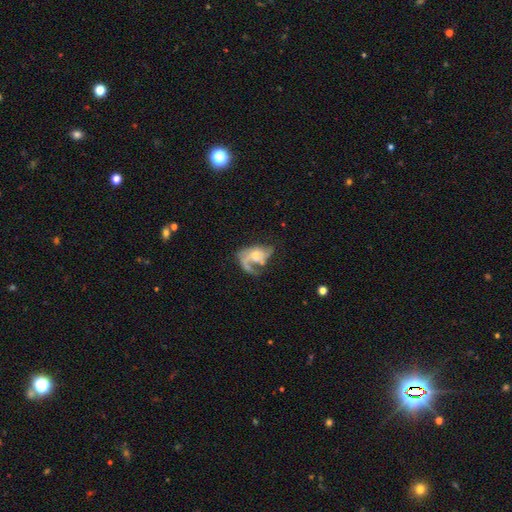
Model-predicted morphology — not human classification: Smooth or featured? featured or disk (73%)
Edge-on disk? no (97%)
Bar? no (67%)
Spiral arms? yes (81%)
Spiral winding? loose (49%)
Spiral arm count? 1 (40%)
Bulge size? moderate (41%)
Merging? major disturbance (42%)